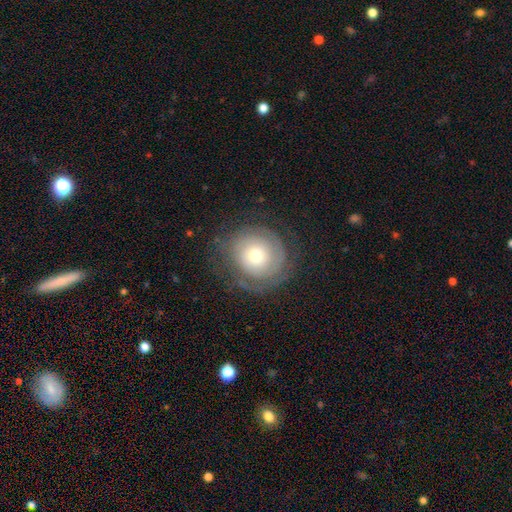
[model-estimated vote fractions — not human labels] This is possibly a featured or disk galaxy (60%). It is clearly not viewed edge-on (97%). Bar: clearly no (85%). Spiral arm pattern: likely yes (78%). Central bulge: possibly moderate (57%). Merging: likely none (74%).